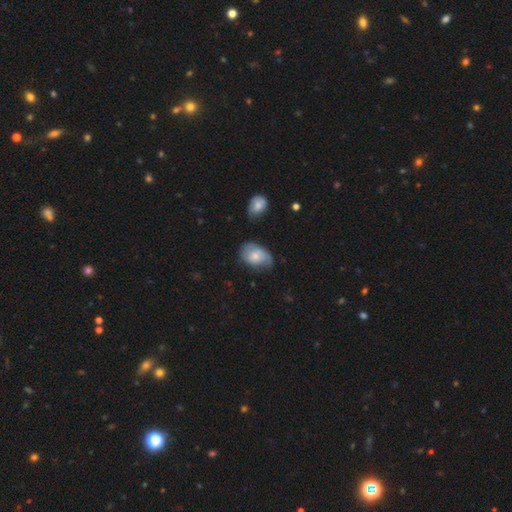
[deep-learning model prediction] Smooth or featured? Predicted: smooth (p=0.57). How rounded? Predicted: in between (p=0.81). Merging? Predicted: none (p=0.47).